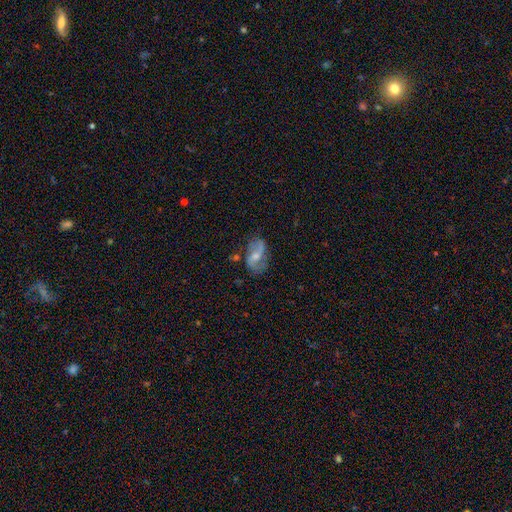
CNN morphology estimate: smooth_or_featured: featured or disk (p=0.67) [alt: smooth p=0.25]
disk_edge_on: no (p=0.96) [alt: yes p=0.04]
bar: weak (p=0.45) [alt: no p=0.37]
has_spiral_arms: yes (p=0.86) [alt: no p=0.14]
spiral_winding: loose (p=0.67) [alt: medium p=0.25]
spiral_arm_count: 2 (p=0.86) [alt: can't tell p=0.06]
bulge_size: small (p=0.49) [alt: moderate p=0.41]
merging: none (p=0.56) [alt: minor disturbance p=0.25]